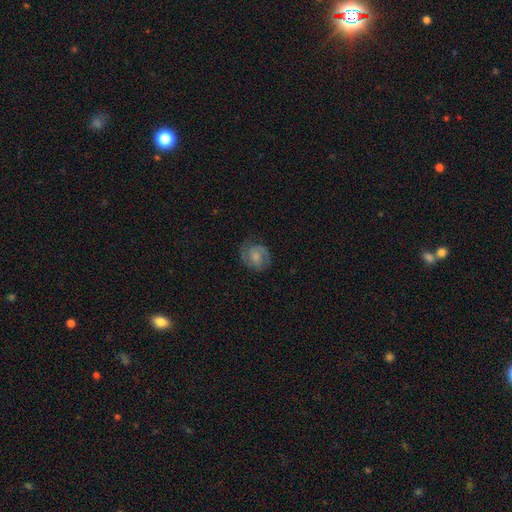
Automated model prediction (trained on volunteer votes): Overall: featured or disk (50%; smooth 42%). Edge-on disk: no (97%). Merging: none (69%).